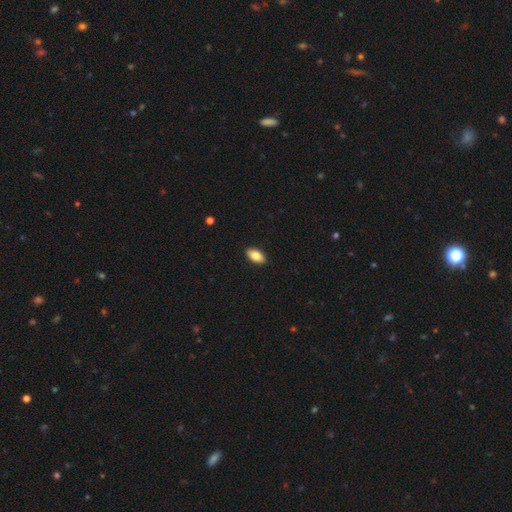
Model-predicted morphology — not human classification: smooth-or-featured: smooth: 82% | featured or disk: 11% | star or artifact: 7%
  how-rounded: in between: 92% | cigar-shaped: 4% | round: 3%
  merging: none: 91% | minor disturbance: 7% | major disturbance: 2% | merger: 1%